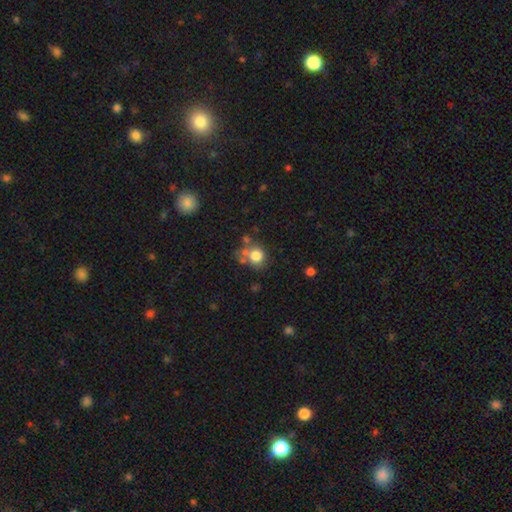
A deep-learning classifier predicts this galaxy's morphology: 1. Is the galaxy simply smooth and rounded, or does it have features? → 75% smooth, 13% featured or disk, 12% star or artifact.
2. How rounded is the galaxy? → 78% round, 22% in between, 1% cigar-shaped.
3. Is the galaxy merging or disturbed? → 50% none, 24% merger, 16% minor disturbance, 9% major disturbance.